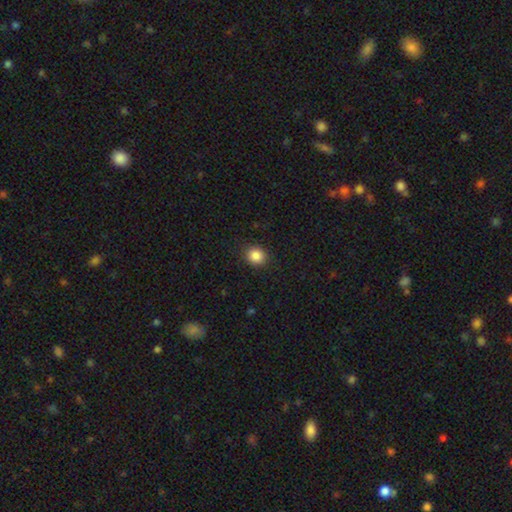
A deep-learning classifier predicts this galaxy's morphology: Smooth or featured: smooth — 87% (star or artifact — 10%)
How rounded: round — 79% (in between — 20%)
Merging: none — 90% (minor disturbance — 7%)